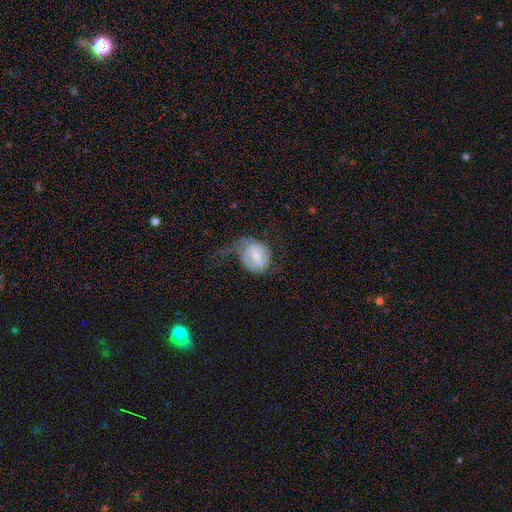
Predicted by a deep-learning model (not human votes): A smooth galaxy with no disk features (47%, tied with featured or disk).

Vote fractions:
- Smooth or featured? smooth: 47% (tied) / featured or disk: 47% (tied) / star or artifact: 7%
- Merging? none: 37% / major disturbance: 34% / minor disturbance: 26% / merger: 2%